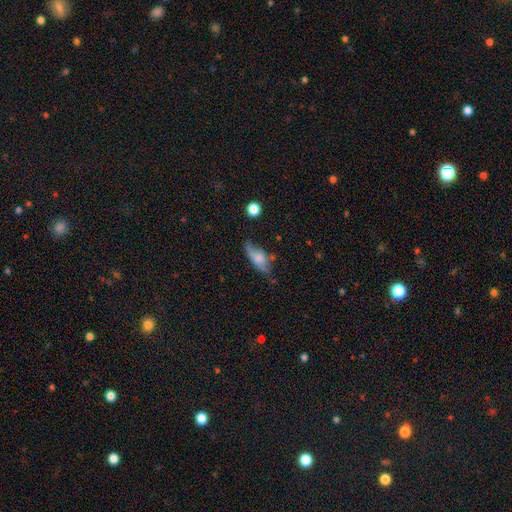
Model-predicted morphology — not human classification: This appears to be a featured or disk galaxy (46%). Merging: none (58%).